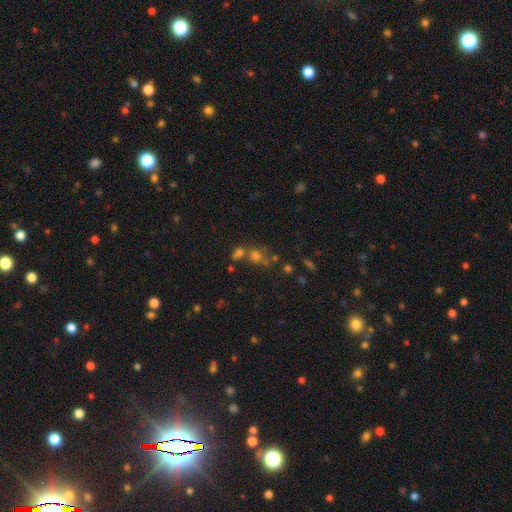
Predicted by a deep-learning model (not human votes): This appears to be a smooth galaxy with no disk features (51%) that is round (74%). Merging: none (46%).